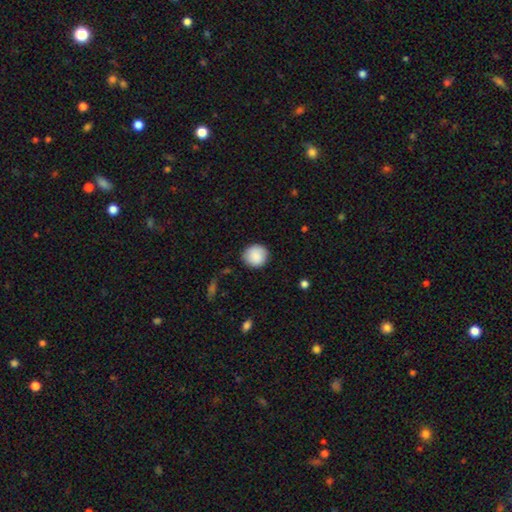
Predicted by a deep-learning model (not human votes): Q: Smooth or featured?
A: smooth (88%); runner-up: star or artifact (7%)
Q: How rounded?
A: round (92%); runner-up: in between (7%)
Q: Merging?
A: none (88%); runner-up: minor disturbance (9%)